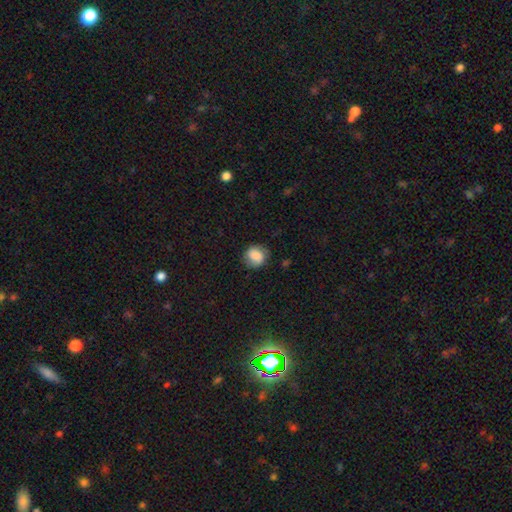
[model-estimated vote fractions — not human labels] This is likely a smooth galaxy (75%). How rounded: likely round (76%). Merging: likely none (75%).